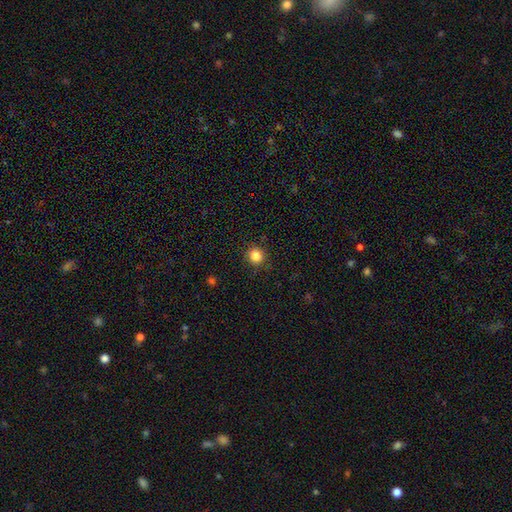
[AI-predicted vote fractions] A smooth galaxy with no disk features (85%) that is round (88%).

Vote fractions:
- Smooth or featured? smooth: 85% / star or artifact: 11% / featured or disk: 4%
- How rounded? round: 88% / in between: 11% / cigar-shaped: 1%
- Merging? none: 88% / minor disturbance: 8% / major disturbance: 3% / merger: 1%